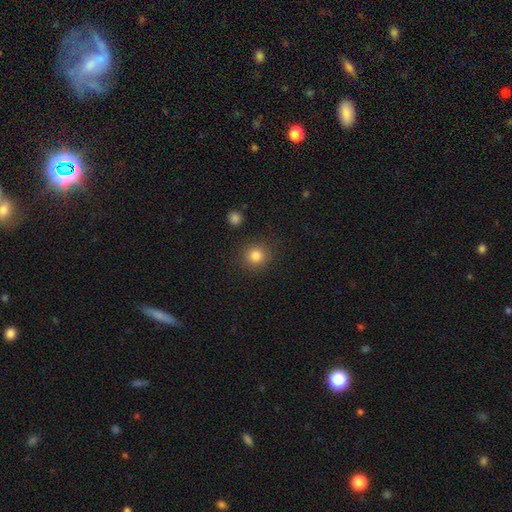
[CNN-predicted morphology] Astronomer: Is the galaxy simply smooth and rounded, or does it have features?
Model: smooth — 83%.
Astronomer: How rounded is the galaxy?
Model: round — 89%.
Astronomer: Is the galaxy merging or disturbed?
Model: none — 87%.